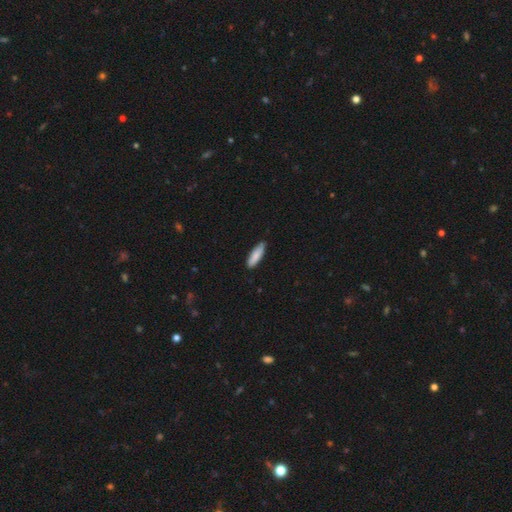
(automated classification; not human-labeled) Morphology: type=smooth (84%); roundness=cigar-shaped (56%); merging=none (83%).